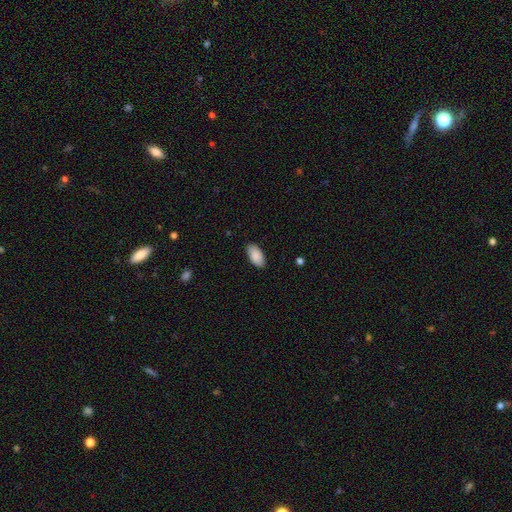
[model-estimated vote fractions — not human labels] Smooth or featured? smooth (90%)
How rounded? in between (95%)
Merging? none (86%)